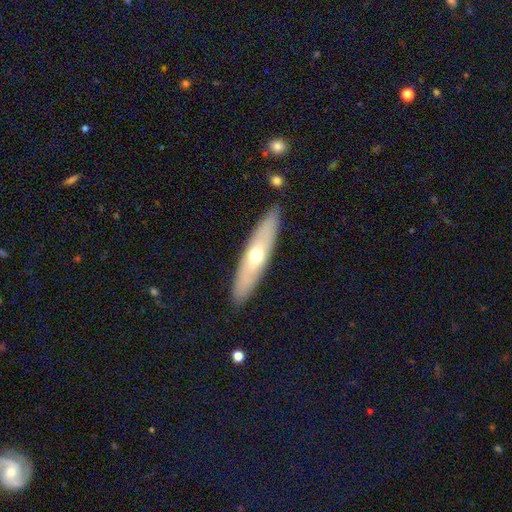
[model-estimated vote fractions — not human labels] Smooth or featured? smooth (51%)
How rounded? cigar-shaped (72%)
Merging? none (88%)